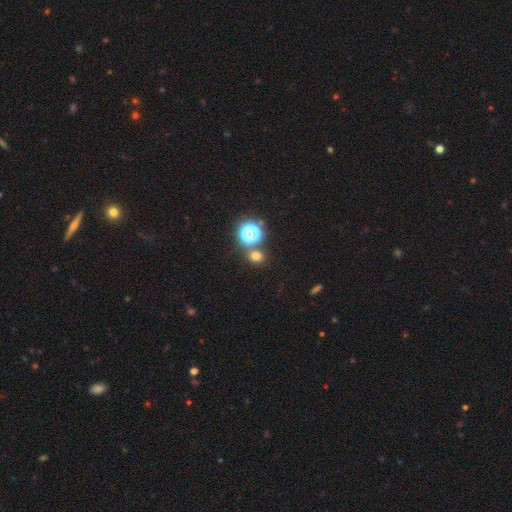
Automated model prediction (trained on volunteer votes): smooth 64%, star or artifact 30%, featured or disk 6%. Down the decision tree: how rounded — round (77%); merging — none (75%).